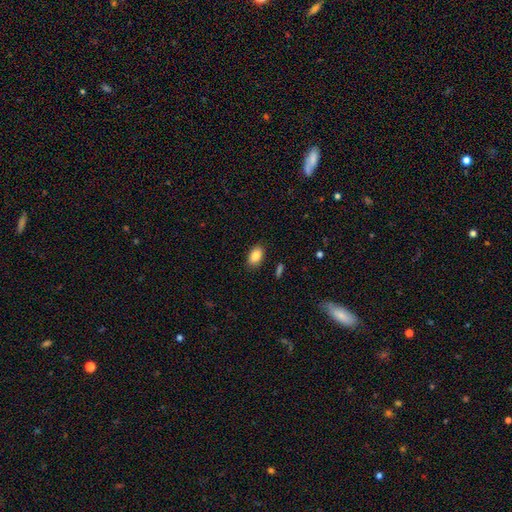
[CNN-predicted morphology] Overall: smooth (87%). How rounded: in between (90%). Merging: none (87%).